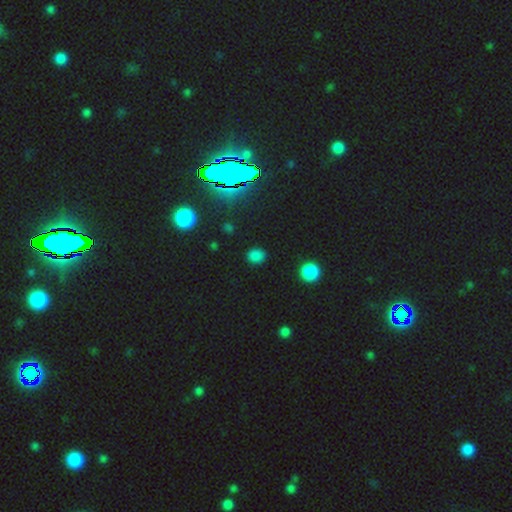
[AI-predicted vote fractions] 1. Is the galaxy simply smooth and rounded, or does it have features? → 72% smooth, 24% star or artifact, 4% featured or disk.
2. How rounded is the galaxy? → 68% round, 30% in between, 2% cigar-shaped.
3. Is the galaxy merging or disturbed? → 87% none, 8% minor disturbance, 3% major disturbance, 2% merger.